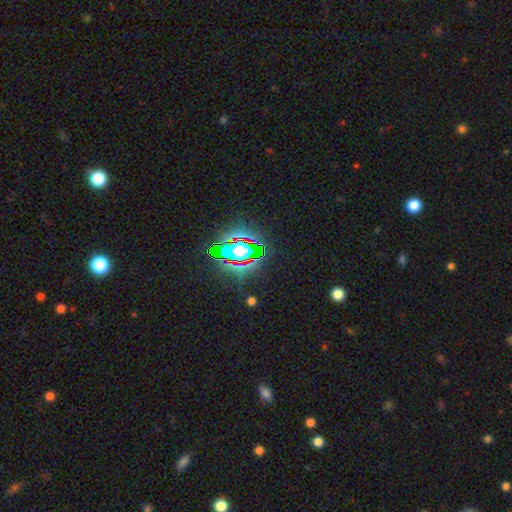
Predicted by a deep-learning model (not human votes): smooth_or_featured: star or artifact (p=0.82) [alt: smooth p=0.10]